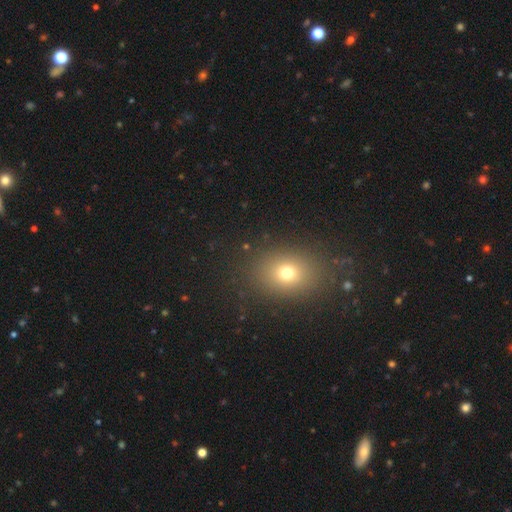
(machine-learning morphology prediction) type=smooth (62%); roundness=in between (58%); merging=none (88%).